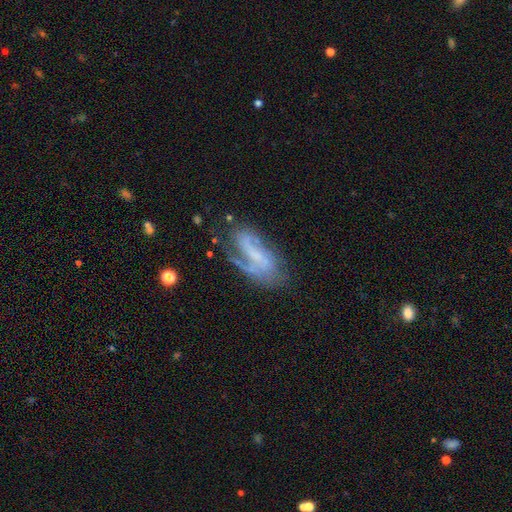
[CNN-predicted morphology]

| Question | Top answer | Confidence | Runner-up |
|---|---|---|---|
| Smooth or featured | featured or disk | 72% | smooth (20%) |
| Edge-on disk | no | 93% | yes (7%) |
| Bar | no | 41% | weak (37%) |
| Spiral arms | yes | 80% | no (20%) |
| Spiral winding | medium | 38% | loose (35%) |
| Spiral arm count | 2 | 40% | 1 (34%) |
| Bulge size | none | 45% | small (37%) |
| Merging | none | 48% | minor disturbance (23%) |